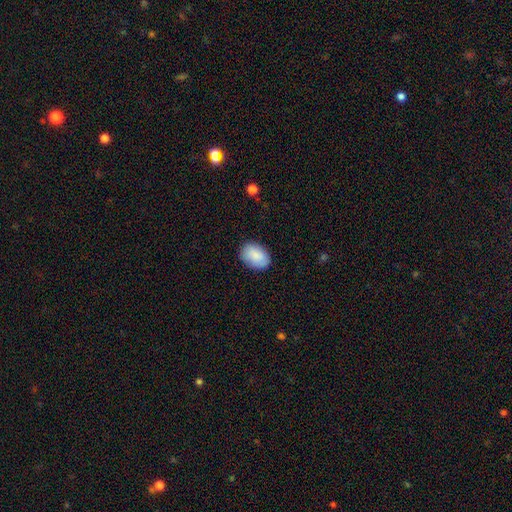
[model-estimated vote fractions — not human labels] smooth 87%, featured or disk 7%, star or artifact 6%. Down the decision tree: how rounded — in between (82%); merging — none (85%).